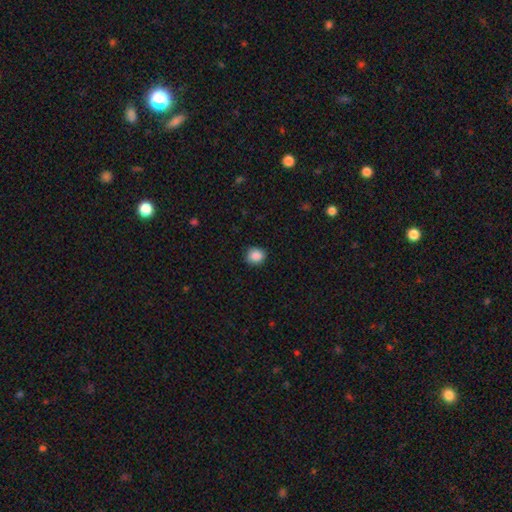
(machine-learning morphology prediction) Smooth or featured? smooth (89%)
How rounded? round (77%)
Merging? none (87%)